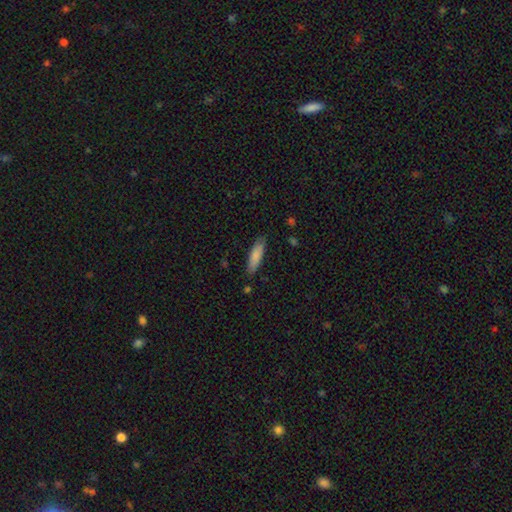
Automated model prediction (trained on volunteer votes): Overall: smooth (84%). How rounded: cigar-shaped (61%; in between 38%). Merging: none (85%).